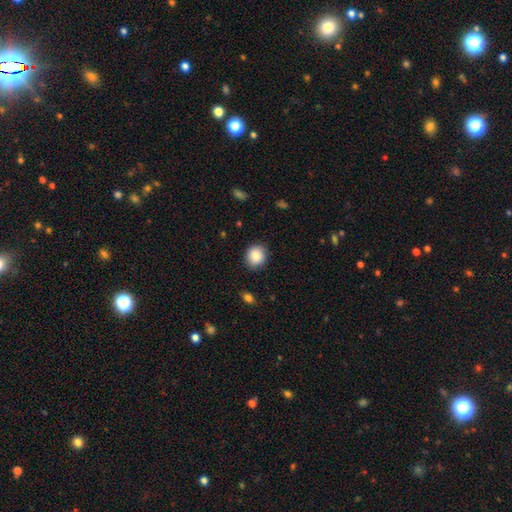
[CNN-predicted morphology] smooth_or_featured: smooth (p=0.86) [alt: star or artifact p=0.08]
how_rounded: round (p=0.75) [alt: in between p=0.24]
merging: none (p=0.86) [alt: minor disturbance p=0.11]